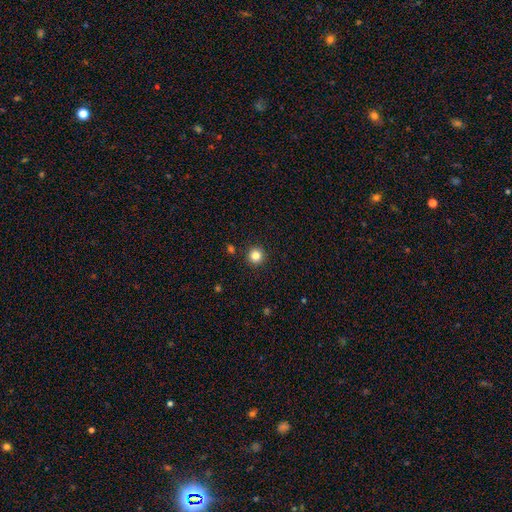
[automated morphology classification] smooth 82%, star or artifact 12%, featured or disk 5%. Down the decision tree: how rounded — round (96%); merging — none (93%).